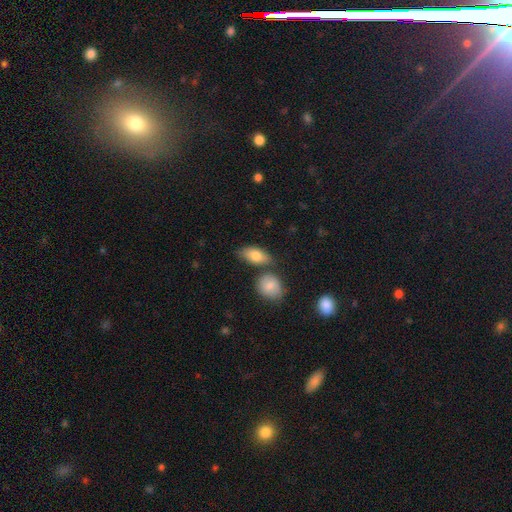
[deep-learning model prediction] A smooth galaxy with no disk features (80%) that is in between round and cigar-shaped (86%).

Vote fractions:
- Smooth or featured? smooth: 80% / featured or disk: 14% / star or artifact: 6%
- How rounded? in between: 86% / cigar-shaped: 8% / round: 6%
- Merging? none: 64% / merger: 16% / minor disturbance: 16% / major disturbance: 4%